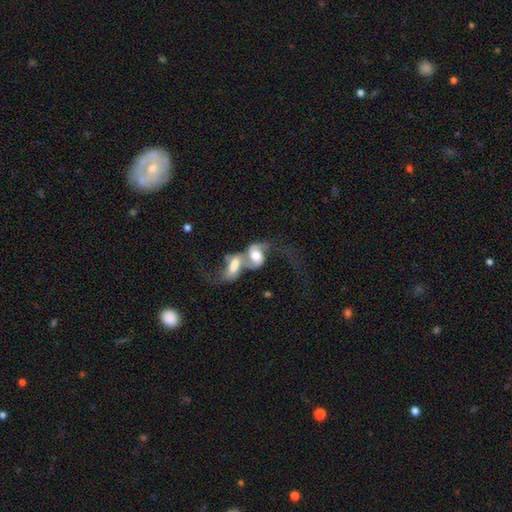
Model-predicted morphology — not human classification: The model was most divided on "bulge size": moderate: 44%, large: 37%, small: 9%, dominant: 6%, none: 4%. More confident: edge-on disk — no (94%); spiral arms — yes (85%); merging — merger (77%); spiral arm count — 2 (72%); smooth or featured — featured or disk (65%); spiral winding — loose (64%); bar — no (54%).